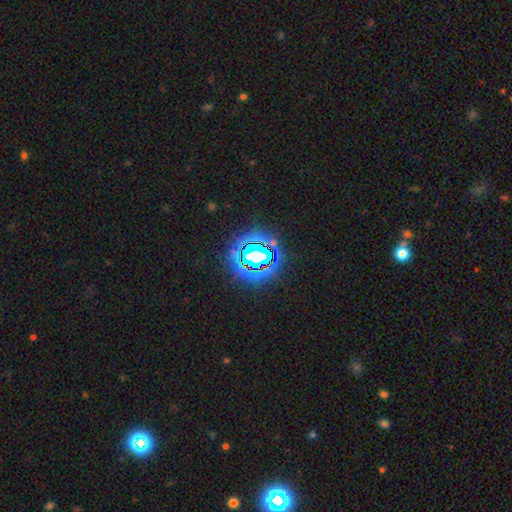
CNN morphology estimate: Smooth or featured? Predicted: star or artifact (p=0.73).